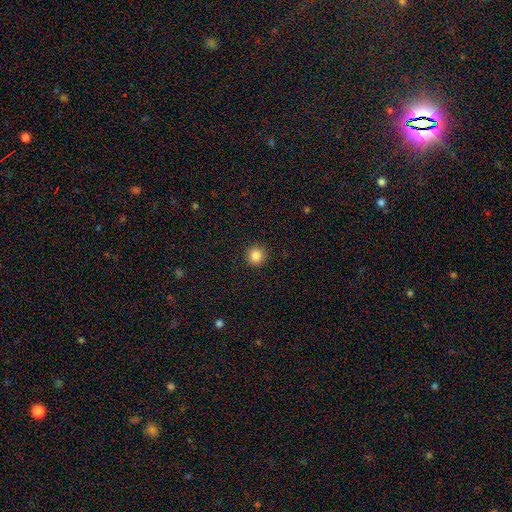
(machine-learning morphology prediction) Smooth or featured? Predicted: smooth (p=0.86). How rounded? Predicted: round (p=0.95). Merging? Predicted: none (p=0.93).